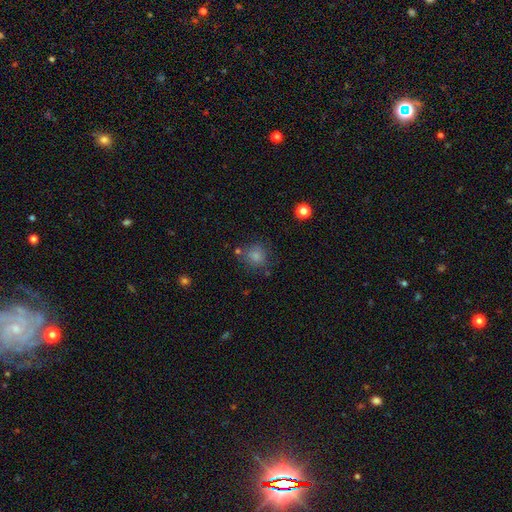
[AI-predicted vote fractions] The model was most divided on "merging": none: 73%, minor disturbance: 14%, merger: 7%, major disturbance: 5%. More confident: how rounded — round (84%); smooth or featured — smooth (81%).